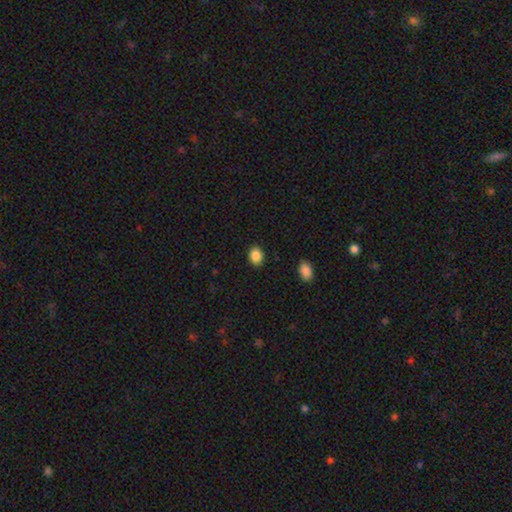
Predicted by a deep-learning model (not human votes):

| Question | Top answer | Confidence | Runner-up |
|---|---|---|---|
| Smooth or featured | smooth | 88% | star or artifact (9%) |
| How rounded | in between | 50% | round (49%) |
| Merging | none | 89% | minor disturbance (8%) |